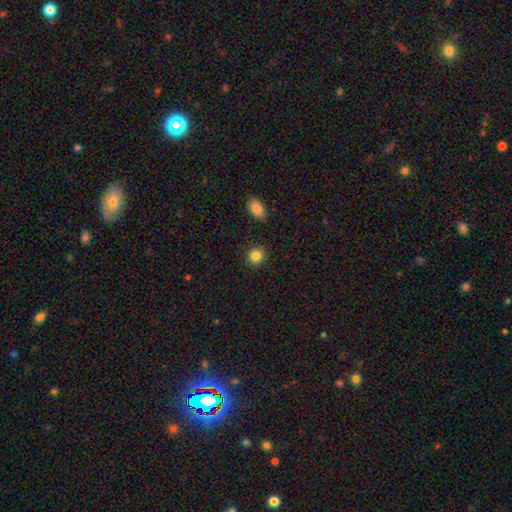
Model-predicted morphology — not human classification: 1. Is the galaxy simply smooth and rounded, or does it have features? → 85% smooth, 10% star or artifact, 5% featured or disk.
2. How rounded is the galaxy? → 87% round, 12% in between, 1% cigar-shaped.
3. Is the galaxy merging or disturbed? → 90% none, 6% minor disturbance, 2% major disturbance, 2% merger.